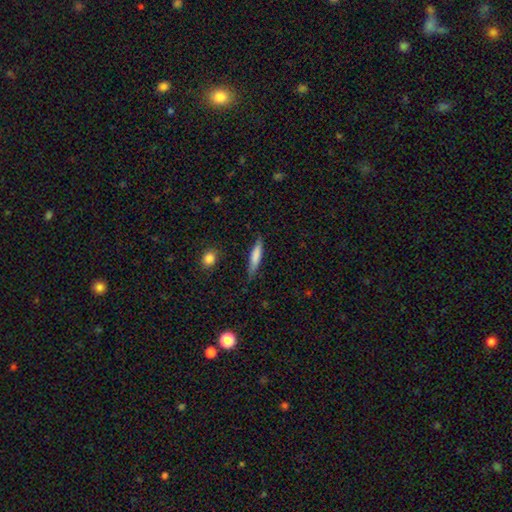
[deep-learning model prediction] Morphology: type=smooth (75%); roundness=cigar-shaped (85%); merging=none (80%).